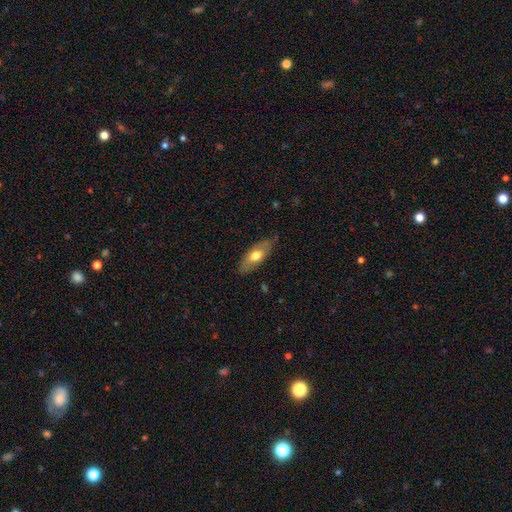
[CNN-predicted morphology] Smooth or featured? smooth (63%)
How rounded? in between (80%)
Merging? none (81%)